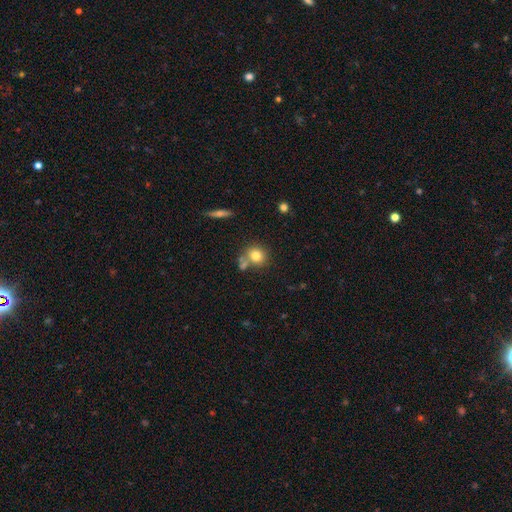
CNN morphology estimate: This is likely a smooth galaxy (77%). How rounded: clearly round (84%). Merging: likely none (61%).